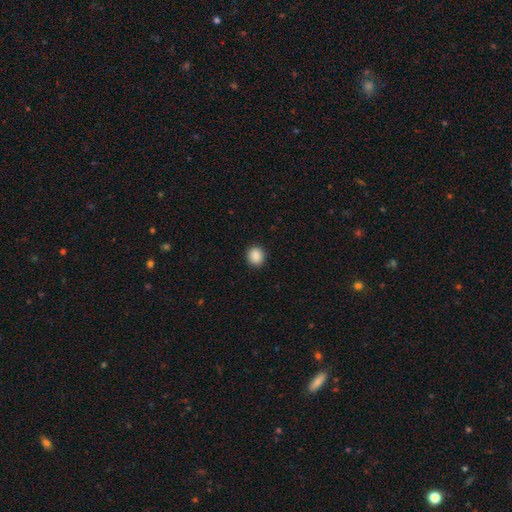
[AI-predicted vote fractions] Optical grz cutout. It shows a smooth galaxy with no disk features (89%) that is round (85%). Merging: none (91%).